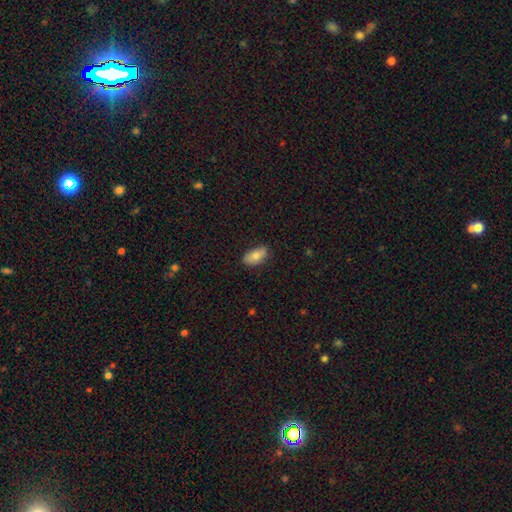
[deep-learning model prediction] smooth-or-featured: smooth: 78% | featured or disk: 15% | star or artifact: 7%
  how-rounded: in between: 93% | round: 4% | cigar-shaped: 3%
  merging: none: 78% | minor disturbance: 18% | major disturbance: 3% | merger: 1%